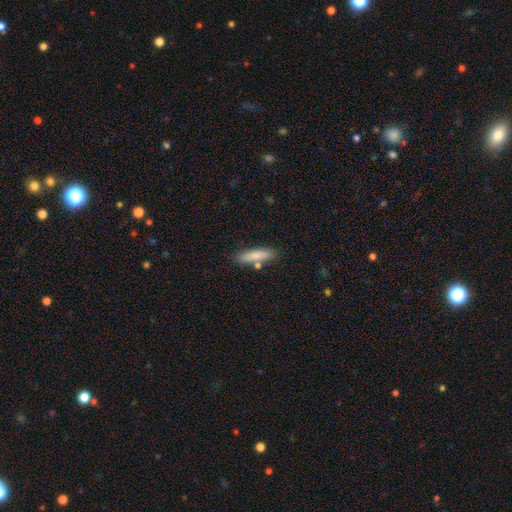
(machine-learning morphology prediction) smooth 80%, featured or disk 13%, star or artifact 6%. Down the decision tree: how rounded — cigar-shaped (76%); merging — none (78%).